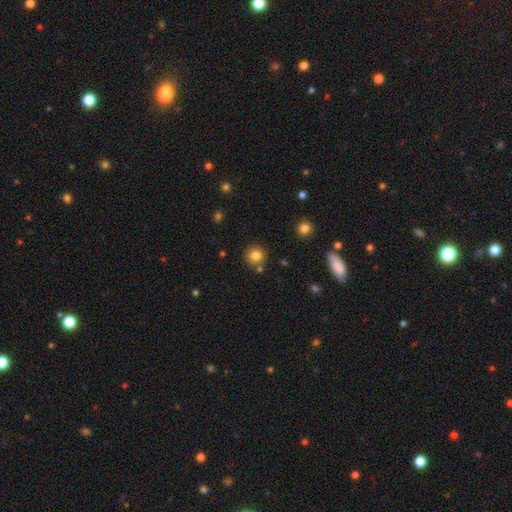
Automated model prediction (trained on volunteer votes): This appears to be a smooth galaxy with no disk features (81%) that is round (94%). Merging: none (84%).